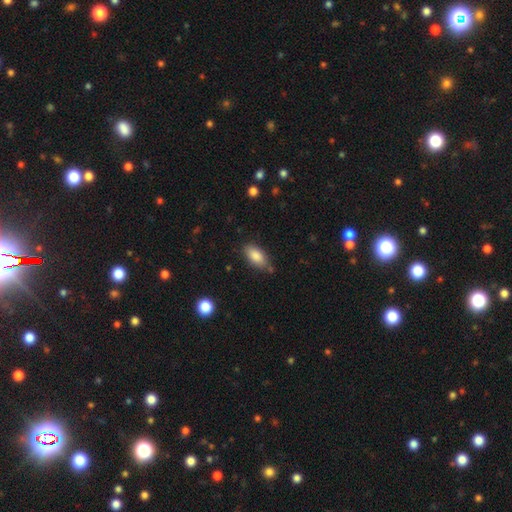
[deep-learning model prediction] Morphology: type=smooth (86%); roundness=in between (91%); merging=none (78%).